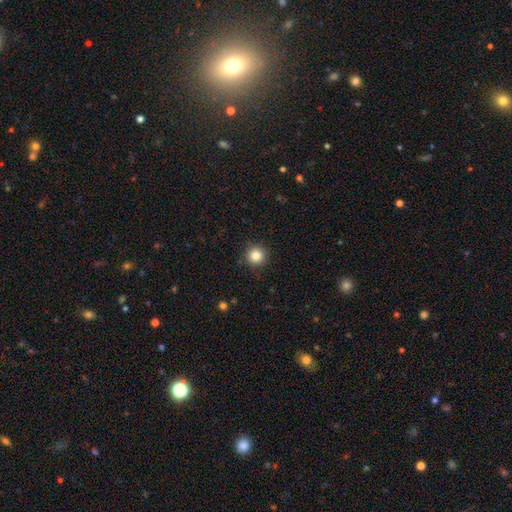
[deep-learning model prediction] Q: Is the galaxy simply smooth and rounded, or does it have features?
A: smooth — 84%.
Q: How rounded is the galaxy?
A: round — 95%.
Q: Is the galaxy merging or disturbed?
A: none — 90%.